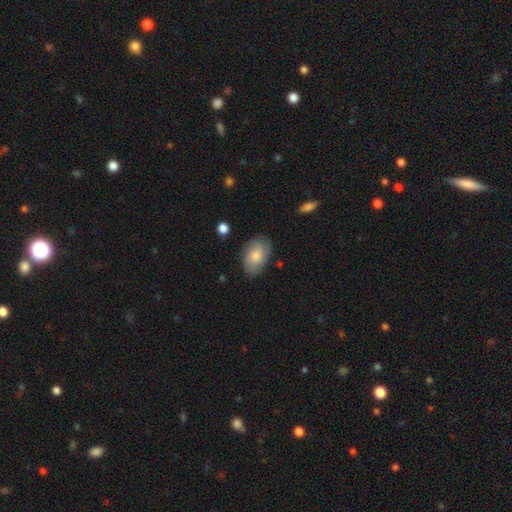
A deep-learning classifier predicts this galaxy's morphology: smooth-or-featured: smooth: 69% | featured or disk: 25% | star or artifact: 6%
  how-rounded: in between: 90% | round: 8% | cigar-shaped: 1%
  merging: none: 77% | minor disturbance: 18% | major disturbance: 4% | merger: 1%